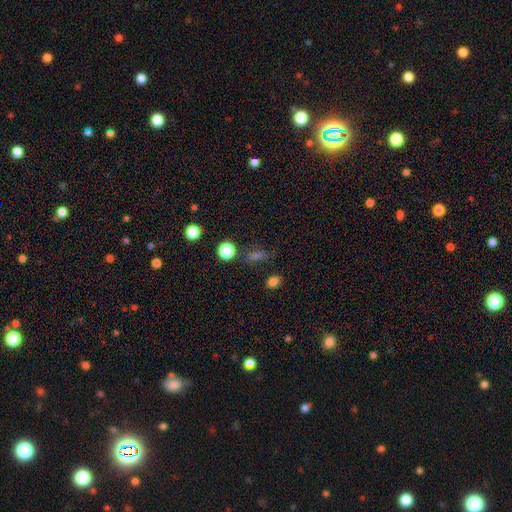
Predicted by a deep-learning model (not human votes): Morphology: type=smooth (49%); merging=none (74%).